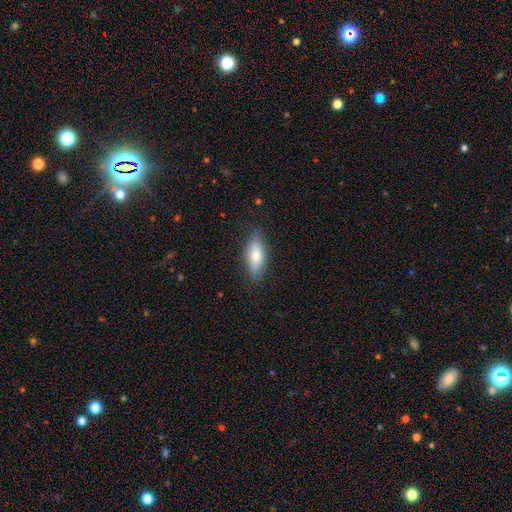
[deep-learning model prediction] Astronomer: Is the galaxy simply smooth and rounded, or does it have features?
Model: smooth — 68%.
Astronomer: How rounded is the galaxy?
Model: in between — 74%.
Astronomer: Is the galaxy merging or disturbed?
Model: none — 82%.